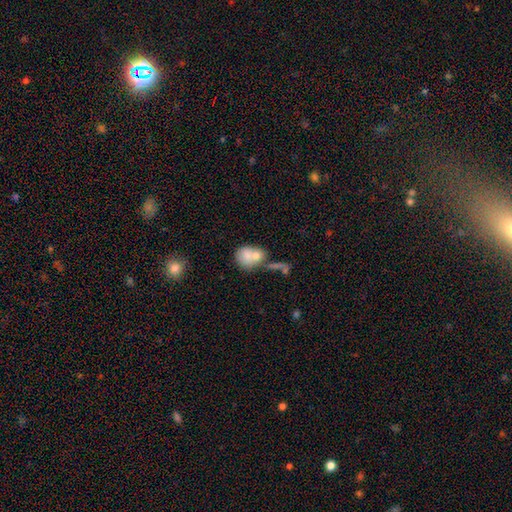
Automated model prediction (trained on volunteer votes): Smooth or featured?
  - smooth: 71% *
  - featured or disk: 19%
  - star or artifact: 10%
How rounded?
  - round: 55% *
  - in between: 43%
  - cigar-shaped: 2%
Merging?
  - merger: 49% *
  - none: 29%
  - minor disturbance: 12%
  - major disturbance: 10%